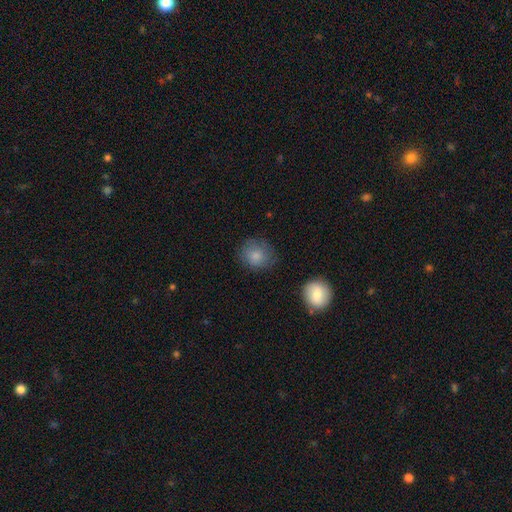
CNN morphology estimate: A smooth galaxy with no disk features (83%) that is round (77%).

Vote fractions:
- Smooth or featured? smooth: 83% / featured or disk: 9% / star or artifact: 8%
- How rounded? round: 77% / in between: 22% / cigar-shaped: 1%
- Merging? none: 74% / minor disturbance: 18% / major disturbance: 6% / merger: 2%